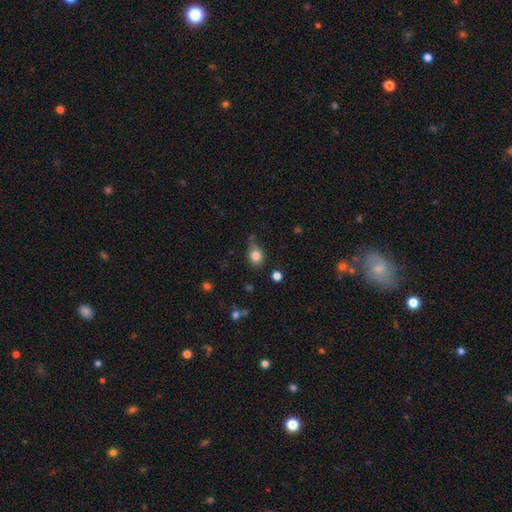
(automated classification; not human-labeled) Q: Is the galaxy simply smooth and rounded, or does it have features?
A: smooth — 82%.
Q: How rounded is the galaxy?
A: round — 52%.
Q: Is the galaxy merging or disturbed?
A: none — 64%.